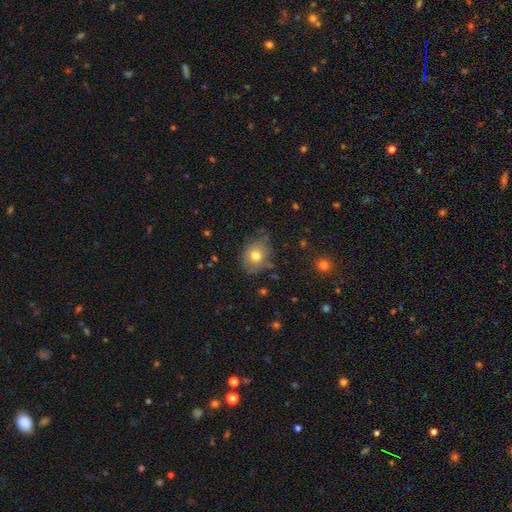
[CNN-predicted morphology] Smooth or featured?
  - smooth: 74% *
  - featured or disk: 16%
  - star or artifact: 10%
How rounded?
  - round: 56% *
  - in between: 43%
  - cigar-shaped: 1%
Merging?
  - none: 68% *
  - minor disturbance: 24%
  - major disturbance: 6%
  - merger: 2%